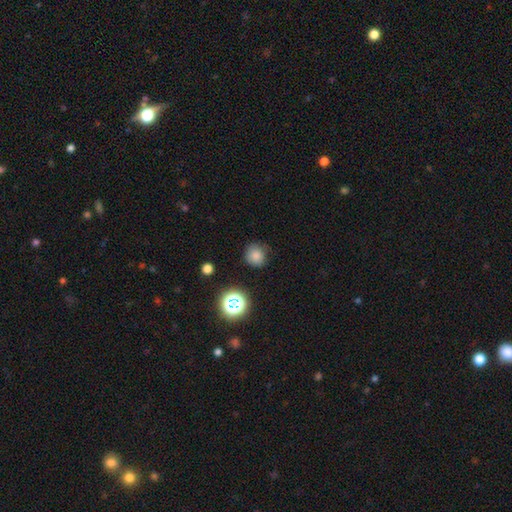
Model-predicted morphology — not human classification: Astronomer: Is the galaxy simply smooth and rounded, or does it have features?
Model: smooth — 79%.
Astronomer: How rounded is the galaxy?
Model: round — 86%.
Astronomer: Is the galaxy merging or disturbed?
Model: none — 79%.